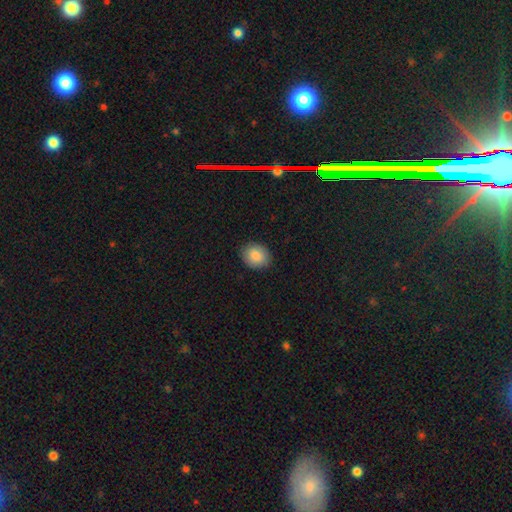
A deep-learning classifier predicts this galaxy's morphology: smooth-or-featured: smooth: 88% | star or artifact: 7% | featured or disk: 5%
  how-rounded: round: 57% | in between: 42% | cigar-shaped: 1%
  merging: none: 88% | minor disturbance: 9% | major disturbance: 2% | merger: 1%